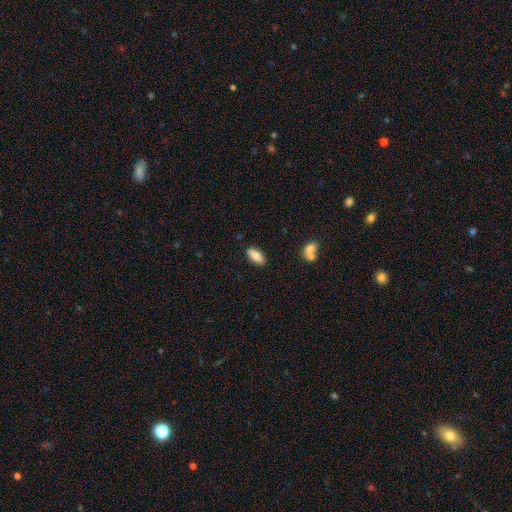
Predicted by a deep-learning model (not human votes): This appears to be a smooth galaxy with no disk features (80%) that is in between round and cigar-shaped (74%). Merging: none (86%).